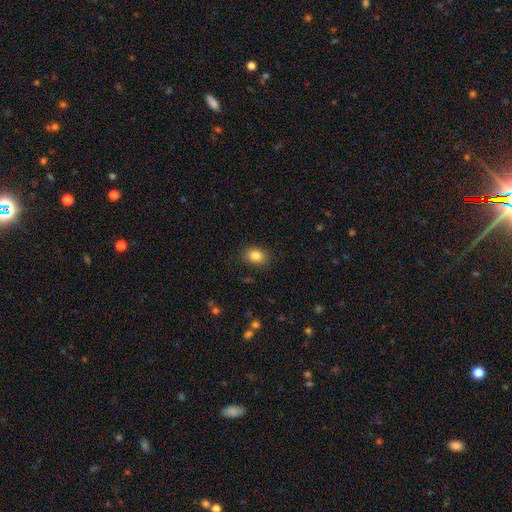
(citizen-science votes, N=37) smooth_or_featured: smooth (p=0.86) [alt: featured or disk p=0.08]
how_rounded: in between (p=0.53) [alt: round p=0.47]
merging: none (p=0.91) [alt: minor disturbance p=0.06]